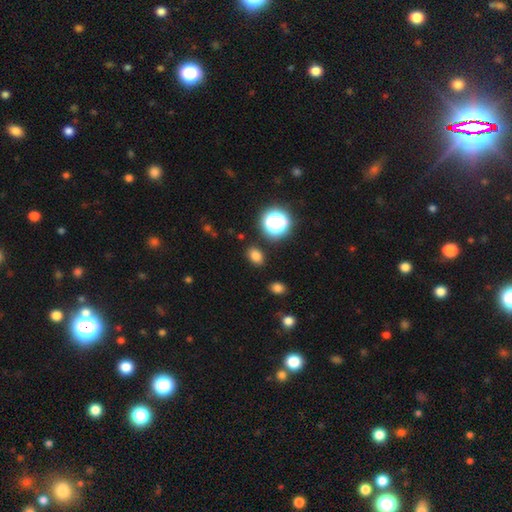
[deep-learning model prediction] The model was most divided on "how rounded": in between: 70%, round: 28%, cigar-shaped: 1%. More confident: merging — none (86%); smooth or featured — smooth (78%).